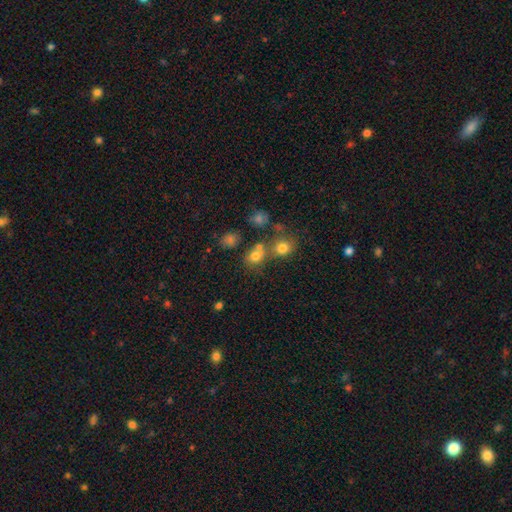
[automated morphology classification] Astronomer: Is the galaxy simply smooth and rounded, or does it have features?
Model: smooth — 72%.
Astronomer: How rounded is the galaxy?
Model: round — 68%.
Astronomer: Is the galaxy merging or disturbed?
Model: none — 50% (runner-up: merger, 33%).